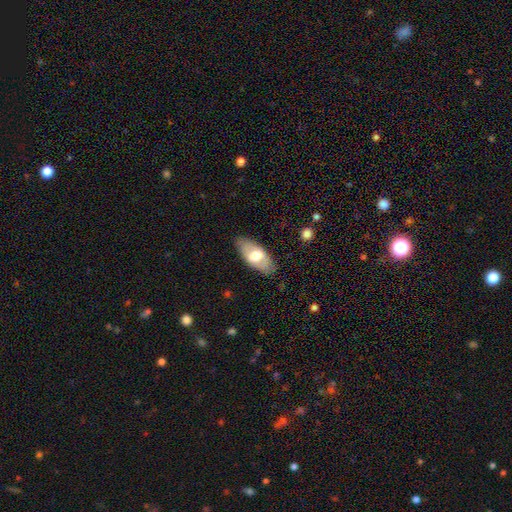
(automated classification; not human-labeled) Morphology: type=smooth (57%); roundness=in between (89%); merging=none (84%).